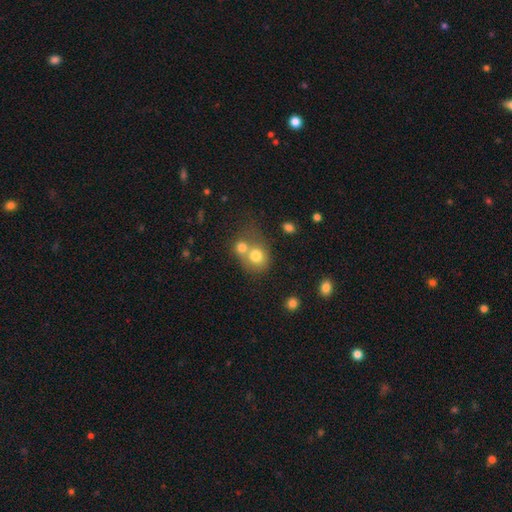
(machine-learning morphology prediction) Smooth or featured? Predicted: smooth (p=0.74). How rounded? Predicted: round (p=0.73). Merging? Predicted: merger (p=0.58).